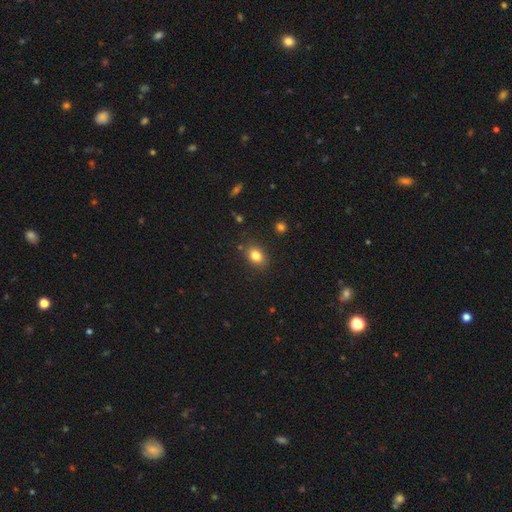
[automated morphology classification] smooth 82%, star or artifact 11%, featured or disk 7%. Down the decision tree: how rounded — in between (70%); merging — none (84%).